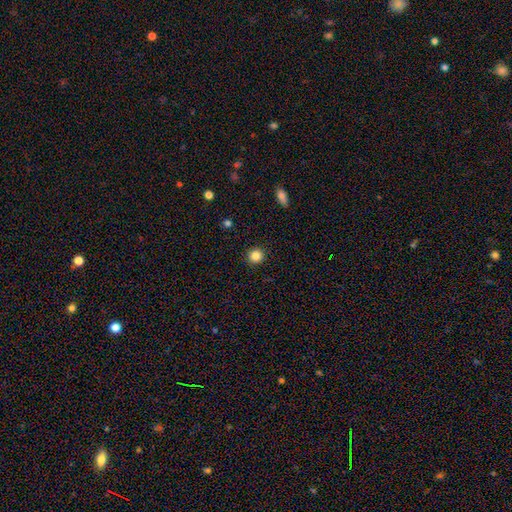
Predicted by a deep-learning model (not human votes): Smooth or featured?
  - smooth: 84% *
  - star or artifact: 11%
  - featured or disk: 5%
How rounded?
  - round: 93% *
  - in between: 6%
  - cigar-shaped: 1%
Merging?
  - none: 92% *
  - minor disturbance: 5%
  - major disturbance: 2%
  - merger: 1%